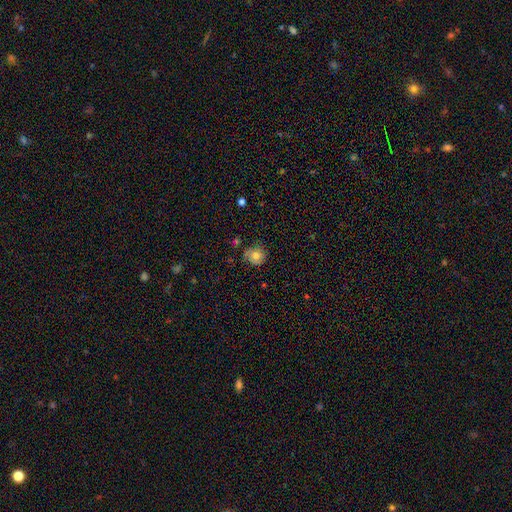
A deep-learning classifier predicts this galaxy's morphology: Smooth or featured: smooth — 73% (featured or disk — 16%)
How rounded: round — 84% (in between — 15%)
Merging: none — 71% (minor disturbance — 22%)